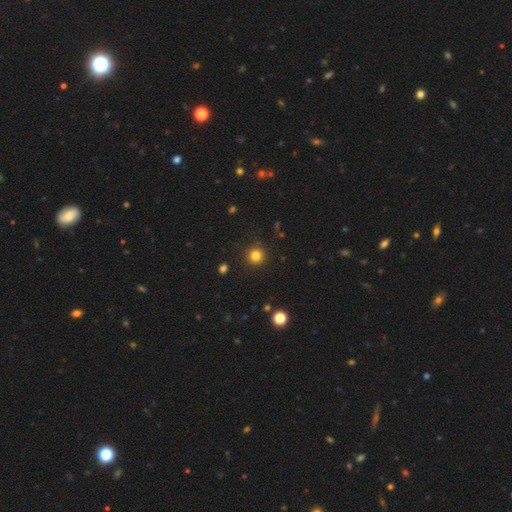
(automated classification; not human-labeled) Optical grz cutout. It shows a smooth galaxy with no disk features (82%) that is round (95%). Merging: none (91%).